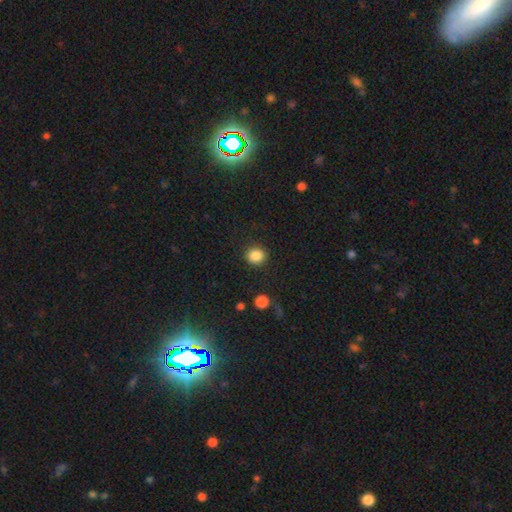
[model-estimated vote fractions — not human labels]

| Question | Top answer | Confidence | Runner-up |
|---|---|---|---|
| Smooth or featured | smooth | 86% | star or artifact (10%) |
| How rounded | round | 80% | in between (19%) |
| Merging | none | 88% | minor disturbance (8%) |